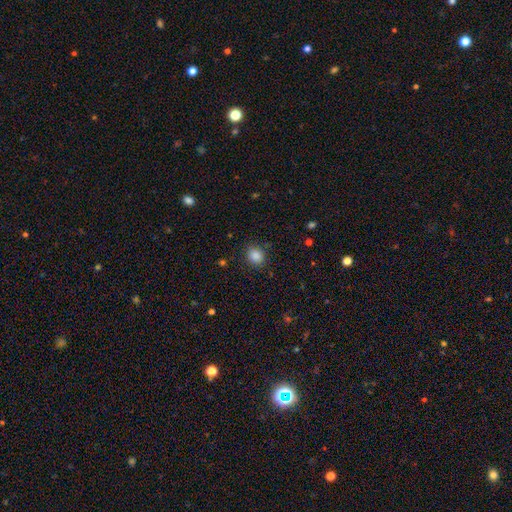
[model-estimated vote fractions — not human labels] Morphology: type=smooth (86%); roundness=round (58%); merging=none (85%).